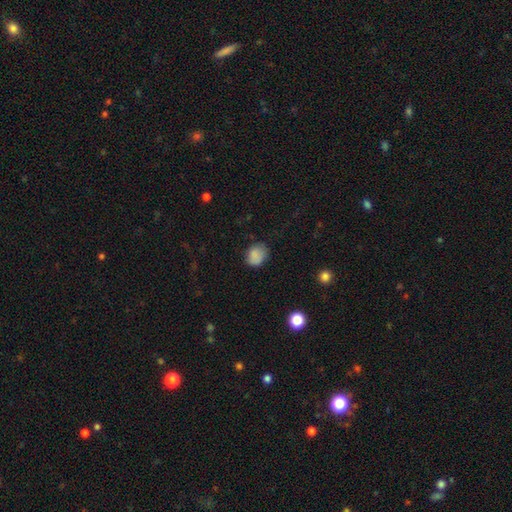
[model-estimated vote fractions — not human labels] The model was most divided on "how rounded": round: 51%, in between: 49%, cigar-shaped: 1%. More confident: smooth or featured — smooth (84%); merging — none (70%).